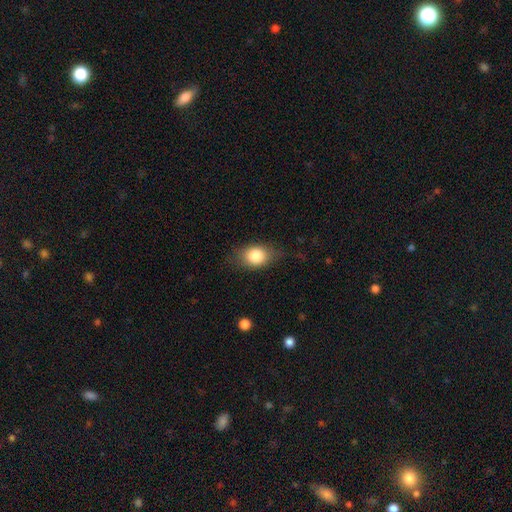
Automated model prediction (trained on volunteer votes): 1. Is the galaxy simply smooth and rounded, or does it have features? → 81% smooth, 11% featured or disk, 8% star or artifact.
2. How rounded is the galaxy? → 64% in between, 34% round, 2% cigar-shaped.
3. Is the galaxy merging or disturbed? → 71% none, 21% minor disturbance, 7% major disturbance, 1% merger.